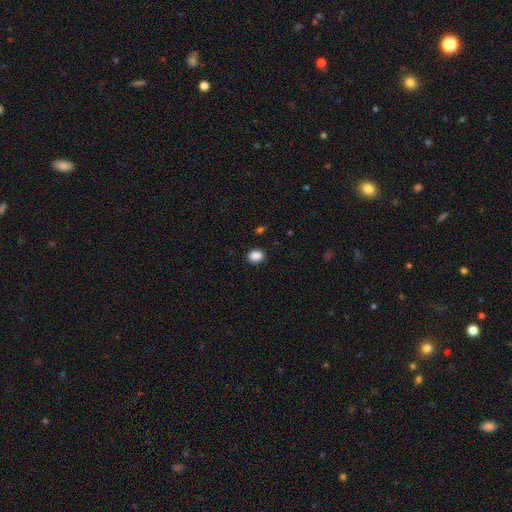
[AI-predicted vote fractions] Overall: smooth (88%). How rounded: in between (59%; round 40%). Merging: none (87%).